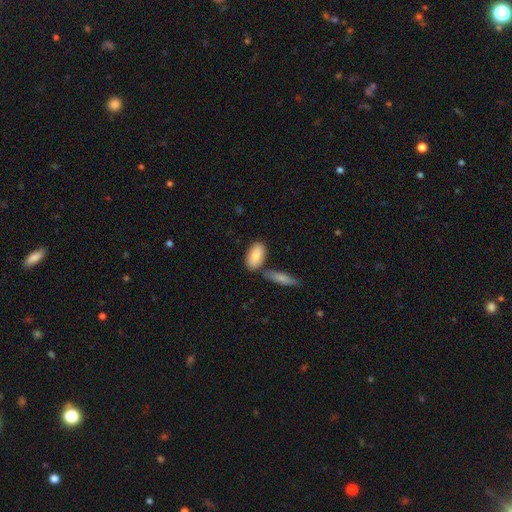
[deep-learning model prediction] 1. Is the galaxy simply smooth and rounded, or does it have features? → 84% smooth, 10% featured or disk, 6% star or artifact.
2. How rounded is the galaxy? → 90% in between, 6% cigar-shaped, 4% round.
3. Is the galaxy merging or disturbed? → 63% none, 20% merger, 13% minor disturbance, 3% major disturbance.